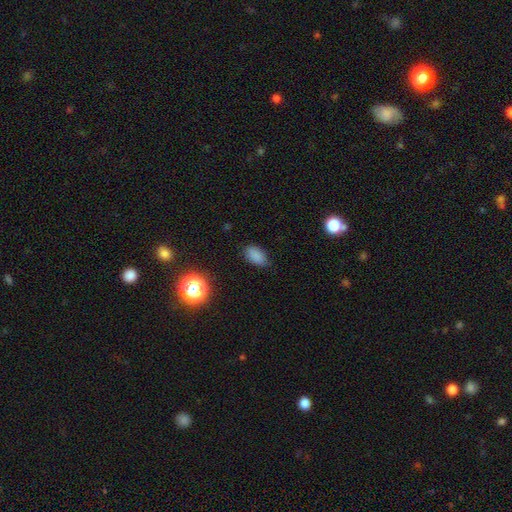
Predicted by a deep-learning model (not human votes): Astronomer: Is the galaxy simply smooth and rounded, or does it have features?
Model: smooth — 83%.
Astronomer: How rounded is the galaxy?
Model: in between — 91%.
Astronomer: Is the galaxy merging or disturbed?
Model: none — 79%.